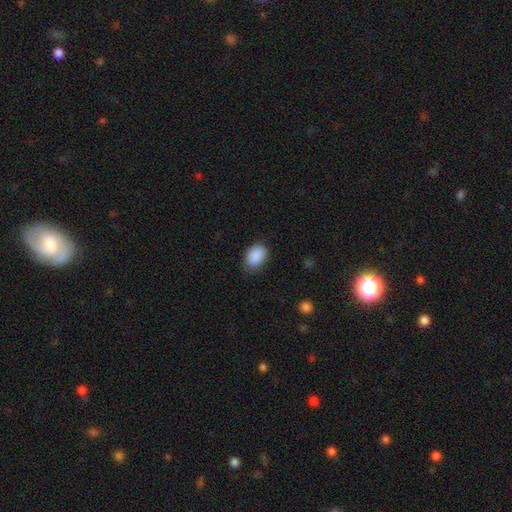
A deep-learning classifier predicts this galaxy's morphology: type=smooth (90%); roundness=in between (82%); merging=none (80%).